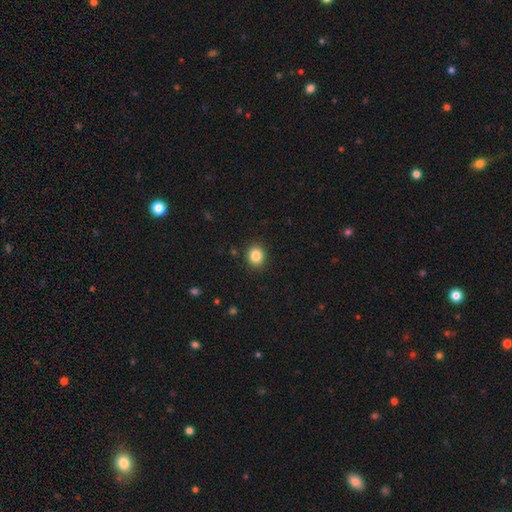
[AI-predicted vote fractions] smooth_or_featured: smooth (p=0.86) [alt: star or artifact p=0.10]
how_rounded: round (p=0.75) [alt: in between p=0.24]
merging: none (p=0.90) [alt: minor disturbance p=0.06]